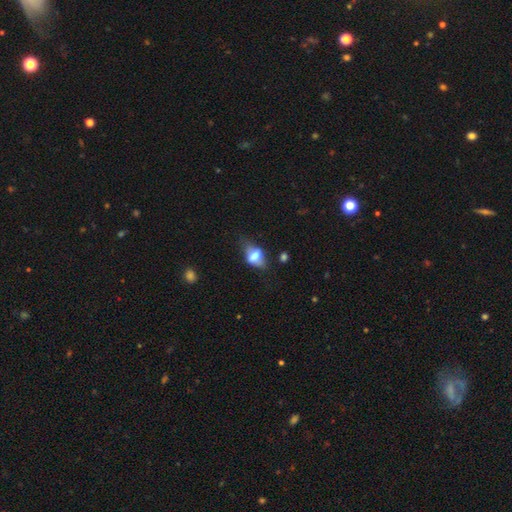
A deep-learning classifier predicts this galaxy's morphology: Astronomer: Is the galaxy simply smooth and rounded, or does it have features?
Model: smooth — 52% (runner-up: featured or disk, 38%).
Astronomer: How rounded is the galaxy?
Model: in between — 76%.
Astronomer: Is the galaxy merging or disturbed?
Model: none — 49% (runner-up: minor disturbance, 27%).